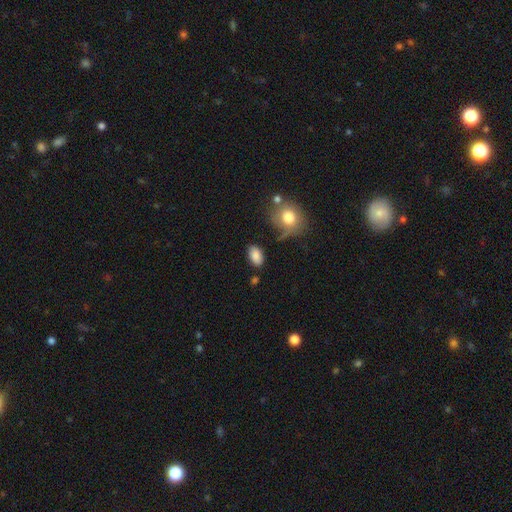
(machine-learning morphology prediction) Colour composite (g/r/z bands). It shows a smooth galaxy with no disk features (85%) that is in between round and cigar-shaped (91%). Merging: none (78%).